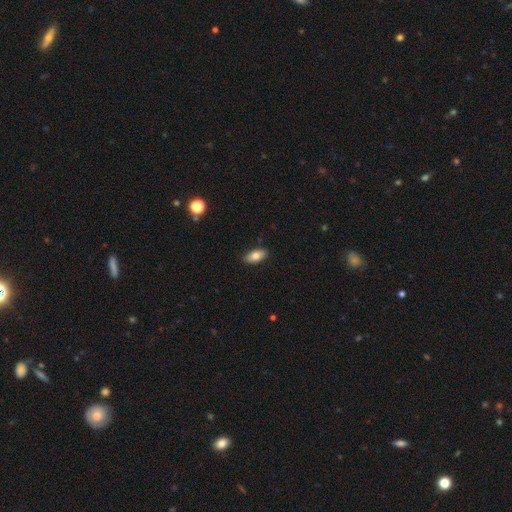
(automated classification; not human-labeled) Overall: smooth (79%). How rounded: in between (90%). Merging: none (88%).